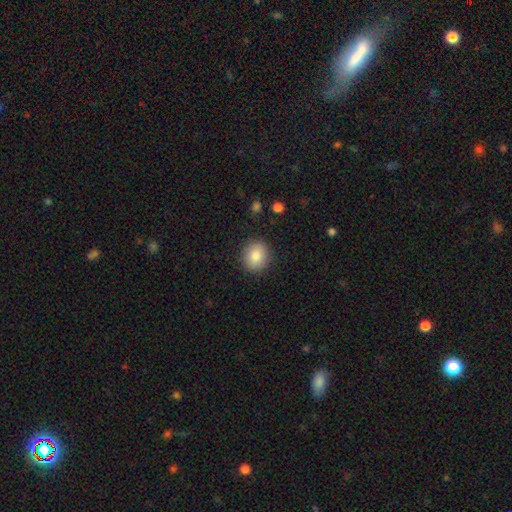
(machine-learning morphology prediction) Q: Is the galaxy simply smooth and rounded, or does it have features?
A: smooth — 85%.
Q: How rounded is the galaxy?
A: round — 80%.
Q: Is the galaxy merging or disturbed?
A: none — 89%.